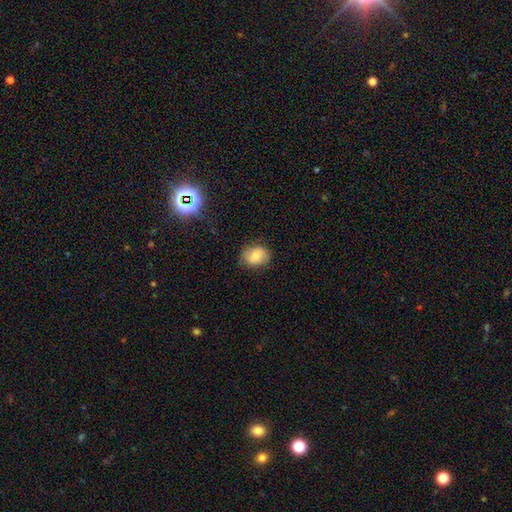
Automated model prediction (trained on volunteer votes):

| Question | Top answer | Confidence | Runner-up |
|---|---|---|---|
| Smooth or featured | smooth | 70% | featured or disk (20%) |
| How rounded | in between | 57% | round (42%) |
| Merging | none | 78% | minor disturbance (17%) |